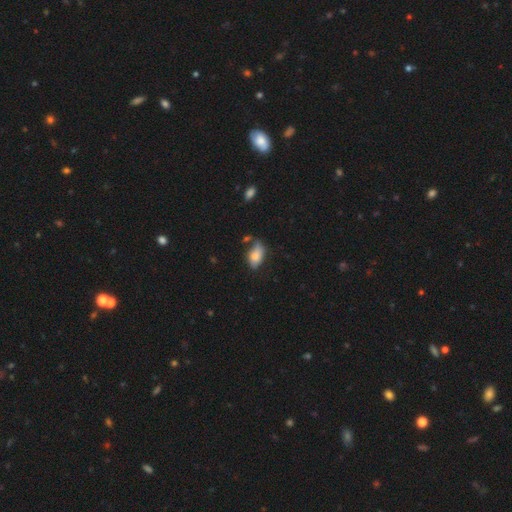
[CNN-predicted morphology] Smooth or featured?
  - smooth: 78% *
  - featured or disk: 14%
  - star or artifact: 8%
How rounded?
  - in between: 92% *
  - round: 5%
  - cigar-shaped: 4%
Merging?
  - none: 50% *
  - minor disturbance: 30%
  - merger: 10%
  - major disturbance: 10%